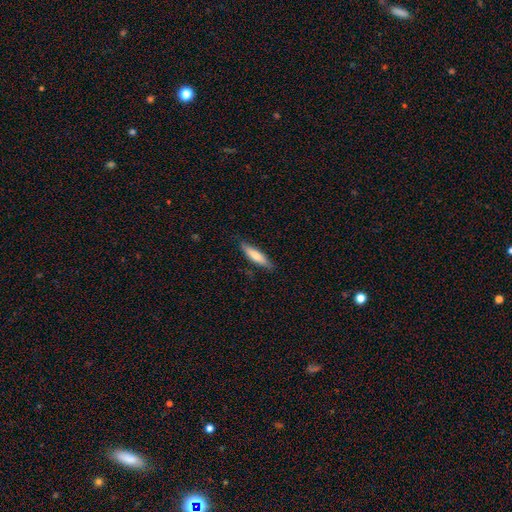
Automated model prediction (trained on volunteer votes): smooth 71%, featured or disk 23%, star or artifact 6%. Down the decision tree: how rounded — cigar-shaped (77%); merging — none (84%).